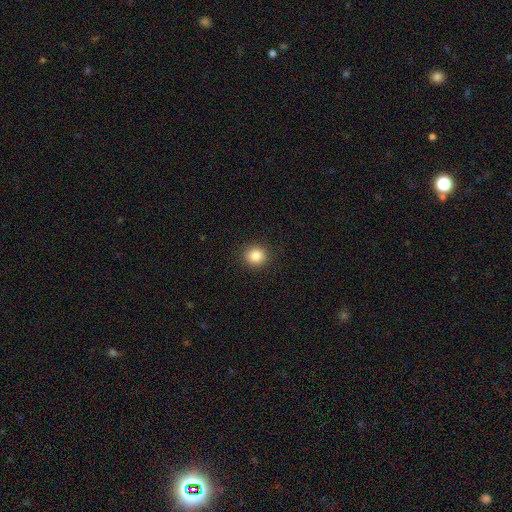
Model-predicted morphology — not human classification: The model was most divided on "smooth or featured": smooth: 84%, star or artifact: 11%, featured or disk: 5%. More confident: merging — none (91%); how rounded — round (91%).